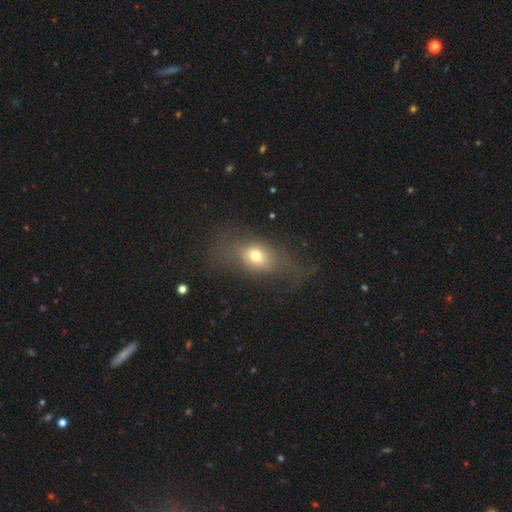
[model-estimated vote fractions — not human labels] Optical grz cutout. It shows a smooth galaxy with no disk features (66%) that is in between round and cigar-shaped (62%). Merging: none (56%).